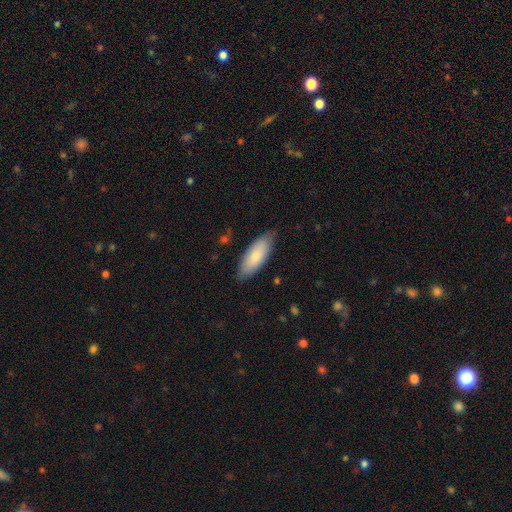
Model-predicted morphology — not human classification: This is likely a smooth galaxy (77%). How rounded: likely in between (75%). Merging: clearly none (81%).